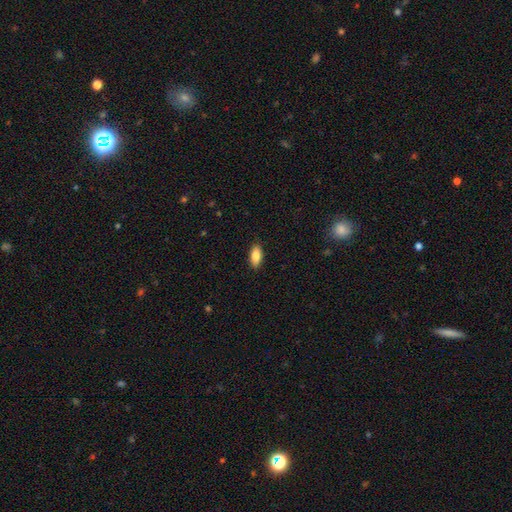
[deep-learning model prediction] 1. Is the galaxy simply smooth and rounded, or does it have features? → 86% smooth, 8% featured or disk, 7% star or artifact.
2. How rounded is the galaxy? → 86% in between, 11% cigar-shaped, 2% round.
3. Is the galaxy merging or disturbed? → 89% none, 9% minor disturbance, 2% major disturbance, 1% merger.